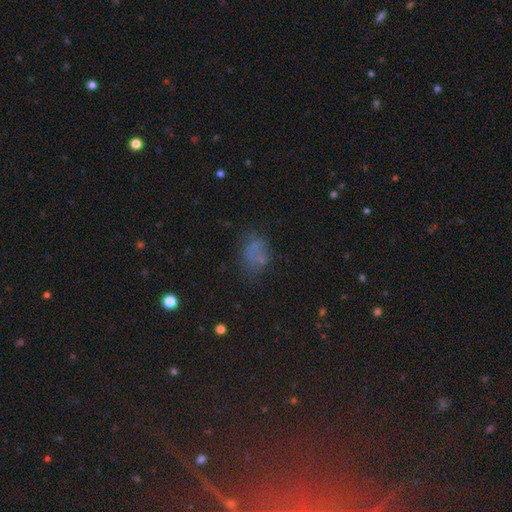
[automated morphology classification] This is possibly a smooth galaxy (57%). How rounded: likely in between (73%). Merging: possibly none (56%).